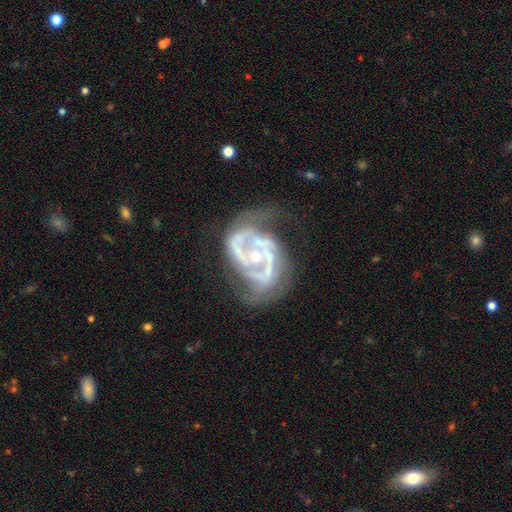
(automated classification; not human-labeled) Morphology: type=featured or disk (90%); edge-on=no (97%); bar=no (49%); spiral arms=yes (91%); winding=medium (47%); arm count=2 (57%); bulge=small (51%); merging=none (42%).